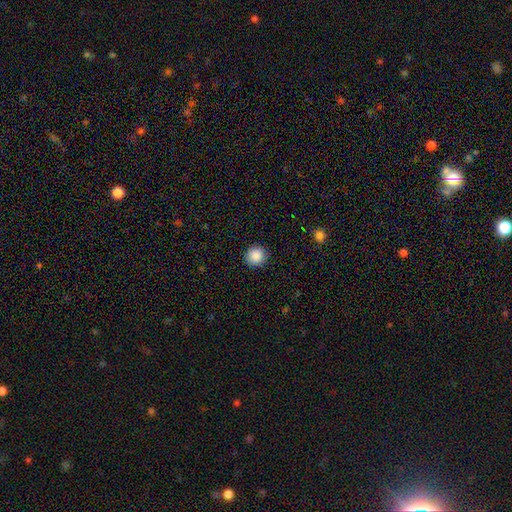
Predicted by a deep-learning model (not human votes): smooth-or-featured: smooth: 88% | star or artifact: 9% | featured or disk: 3%
  how-rounded: round: 92% | in between: 7% | cigar-shaped: 1%
  merging: none: 91% | minor disturbance: 6% | major disturbance: 2% | merger: 1%